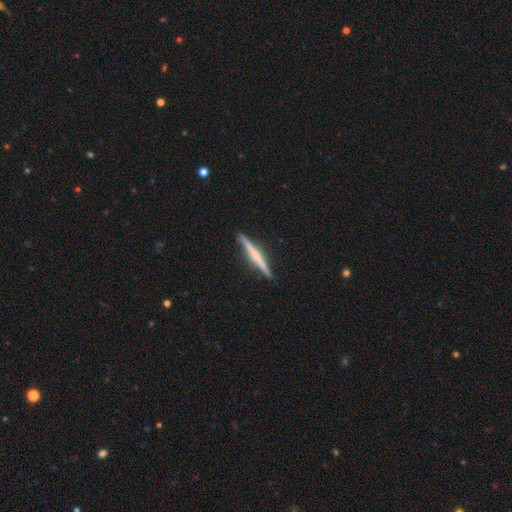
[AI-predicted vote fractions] Morphology: type=featured or disk (60%); edge-on=yes (98%); edge-on bulge=none (52%); merging=none (91%).